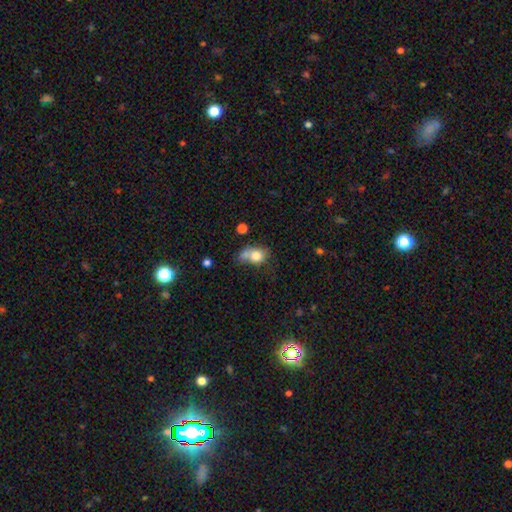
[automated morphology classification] This is likely a smooth galaxy (77%). How rounded: possibly round (52%). Merging: marginally none (33%).